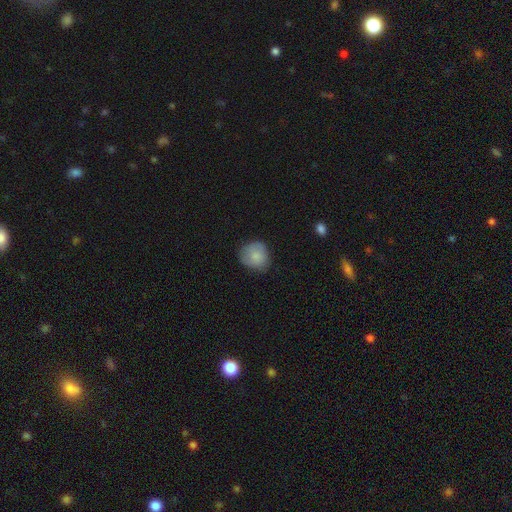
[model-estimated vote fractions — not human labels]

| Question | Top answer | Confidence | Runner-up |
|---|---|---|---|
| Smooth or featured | smooth | 82% | featured or disk (10%) |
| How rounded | round | 80% | in between (19%) |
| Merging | none | 69% | minor disturbance (24%) |